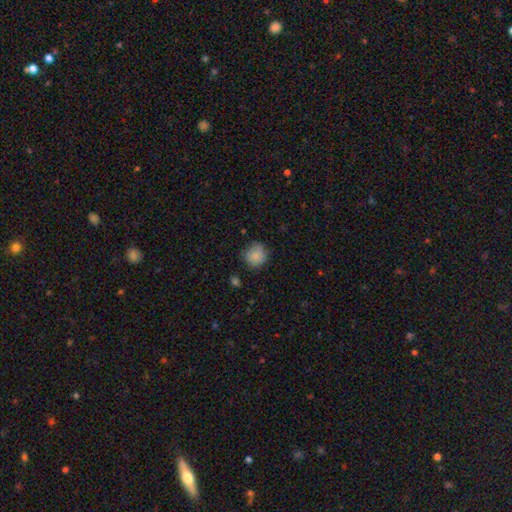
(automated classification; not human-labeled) Q: Smooth or featured?
A: smooth (83%); runner-up: star or artifact (9%)
Q: How rounded?
A: round (84%); runner-up: in between (15%)
Q: Merging?
A: none (69%); runner-up: minor disturbance (23%)